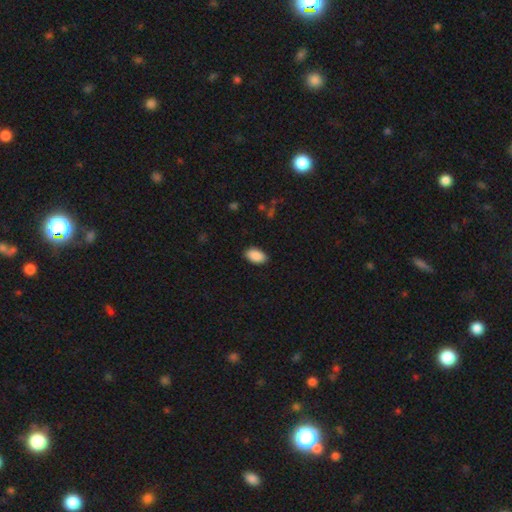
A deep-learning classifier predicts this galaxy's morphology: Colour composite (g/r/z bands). It shows a smooth galaxy with no disk features (90%) that is in between round and cigar-shaped (94%). Merging: none (88%).